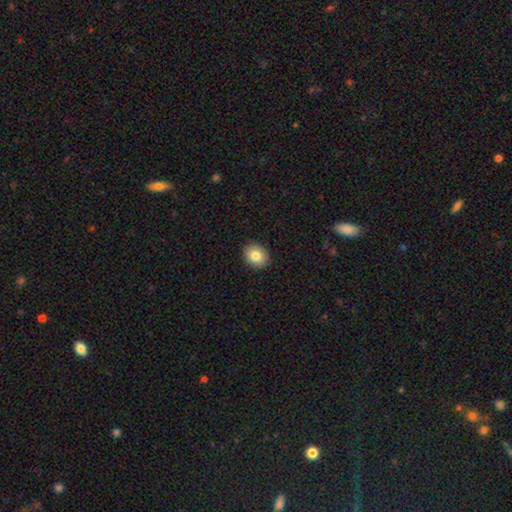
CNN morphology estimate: Smooth or featured? Predicted: smooth (p=0.83). How rounded? Predicted: in between (p=0.52). Merging? Predicted: none (p=0.90).